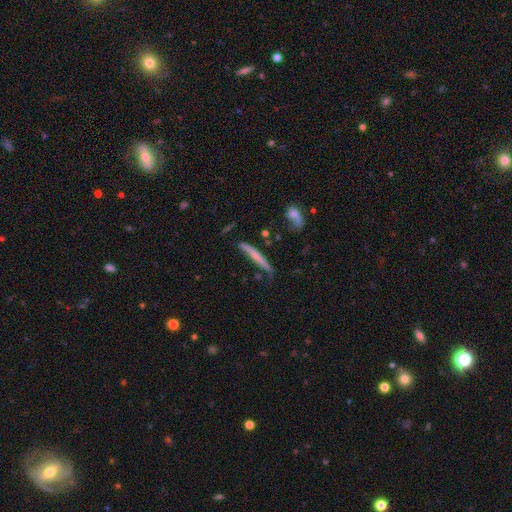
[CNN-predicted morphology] Smooth or featured: smooth — 52% (featured or disk — 41%)
How rounded: cigar-shaped — 94% (in between — 4%)
Merging: none — 63% (minor disturbance — 23%)